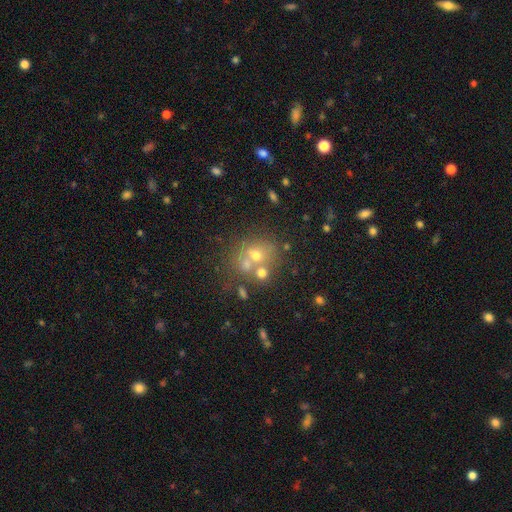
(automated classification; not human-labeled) Smooth or featured?
  - smooth: 52% *
  - featured or disk: 26%
  - star or artifact: 22%
How rounded?
  - round: 69% *
  - in between: 30%
  - cigar-shaped: 1%
Merging?
  - none: 44% *
  - merger: 40%
  - minor disturbance: 11%
  - major disturbance: 6%